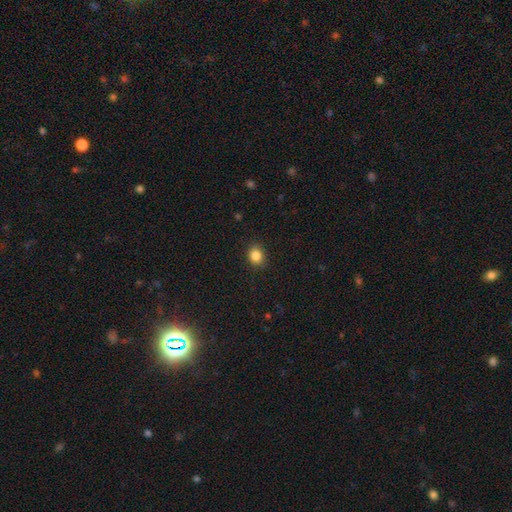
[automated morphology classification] Smooth or featured: smooth — 85% (star or artifact — 10%)
How rounded: round — 59% (in between — 40%)
Merging: none — 87% (minor disturbance — 9%)